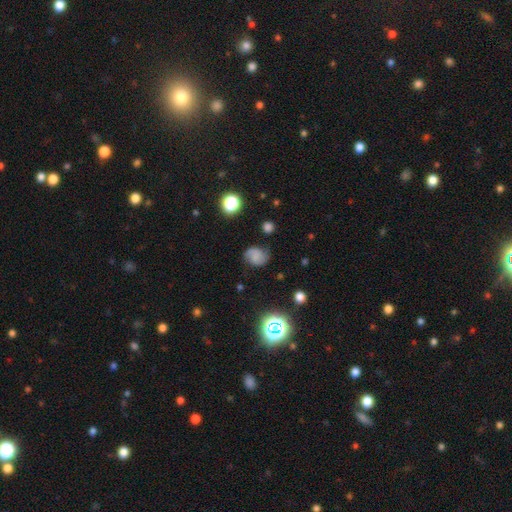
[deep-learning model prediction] Smooth or featured? Predicted: featured or disk (p=0.46). Merging? Predicted: none (p=0.71).